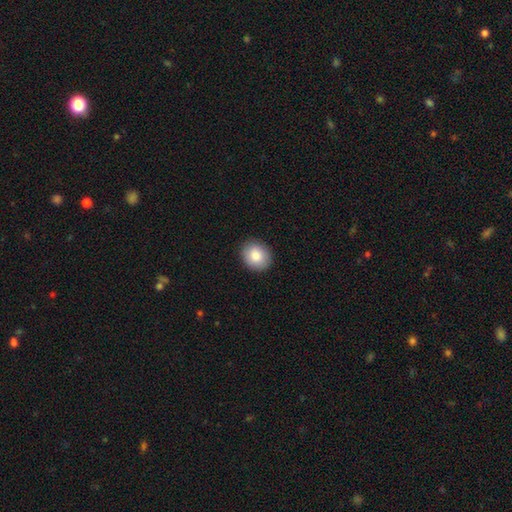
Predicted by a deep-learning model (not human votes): The model was most divided on "how rounded": round: 69%, in between: 30%, cigar-shaped: 1%. More confident: merging — none (90%); smooth or featured — smooth (85%).